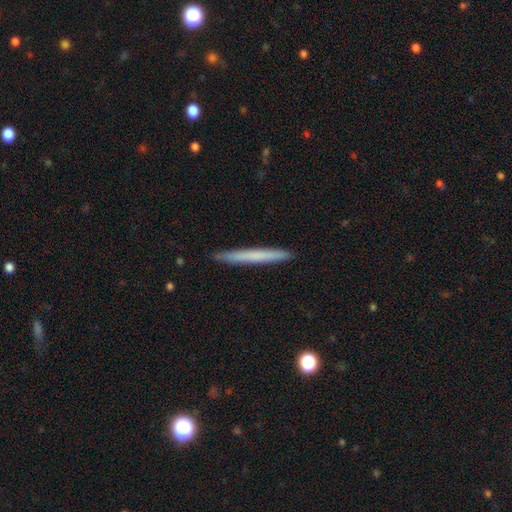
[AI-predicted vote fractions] smooth-or-featured: smooth: 64% | featured or disk: 30% | star or artifact: 6%
  how-rounded: cigar-shaped: 97% | in between: 2% | round: 1%
  merging: none: 92% | minor disturbance: 6% | major disturbance: 1% | merger: 1%